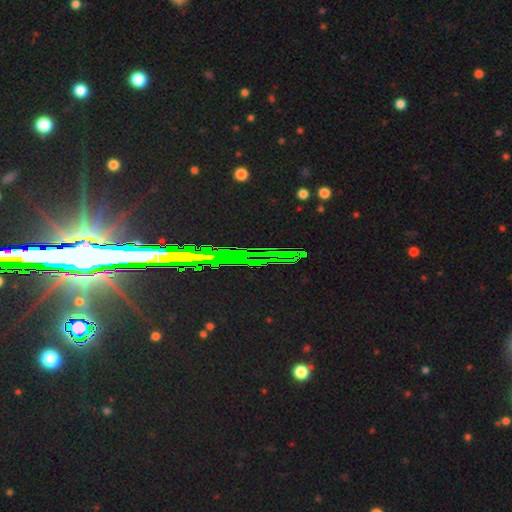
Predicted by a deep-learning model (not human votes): The model was most divided on "smooth or featured": star or artifact: 76%, featured or disk: 15%, smooth: 8%.